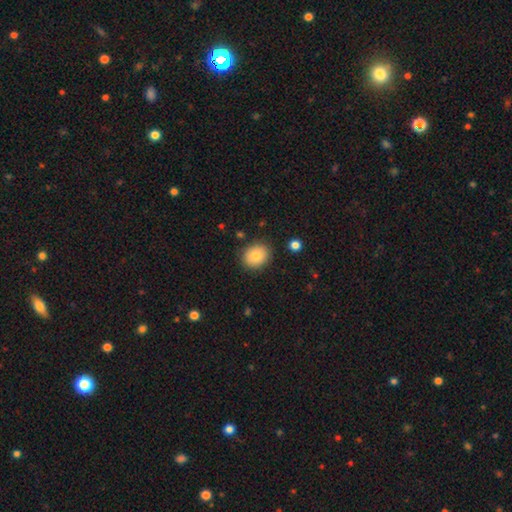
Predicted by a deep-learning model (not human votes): Overall: smooth (83%). How rounded: round (57%; in between 42%). Merging: none (86%).